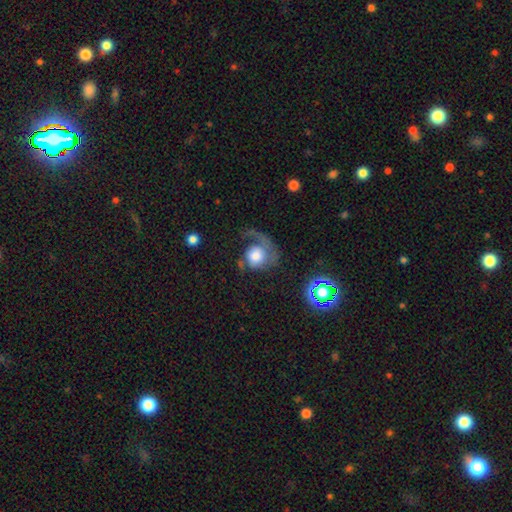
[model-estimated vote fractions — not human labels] smooth_or_featured: featured or disk (p=0.58) [alt: smooth p=0.34]
disk_edge_on: no (p=0.97) [alt: yes p=0.03]
bar: no (p=0.78) [alt: weak p=0.18]
has_spiral_arms: yes (p=0.86) [alt: no p=0.14]
bulge_size: large (p=0.43) [alt: moderate p=0.32]
merging: major disturbance (p=0.49) [alt: none p=0.31]